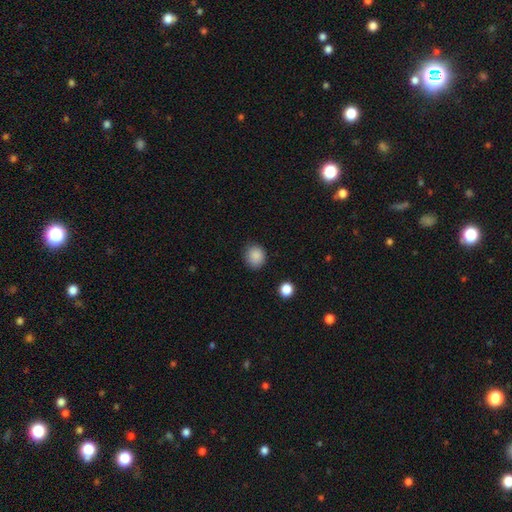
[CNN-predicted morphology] Overall: smooth (87%). How rounded: round (76%). Merging: none (81%).